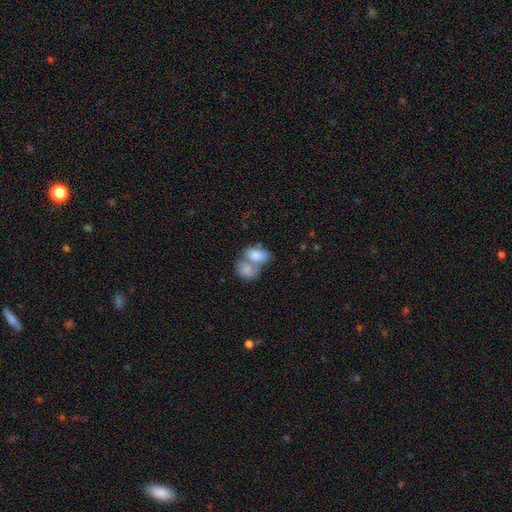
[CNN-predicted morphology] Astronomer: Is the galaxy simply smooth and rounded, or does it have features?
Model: smooth — 78%.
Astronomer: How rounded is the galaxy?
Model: in between — 85%.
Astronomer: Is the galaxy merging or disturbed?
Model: merger — 71%.